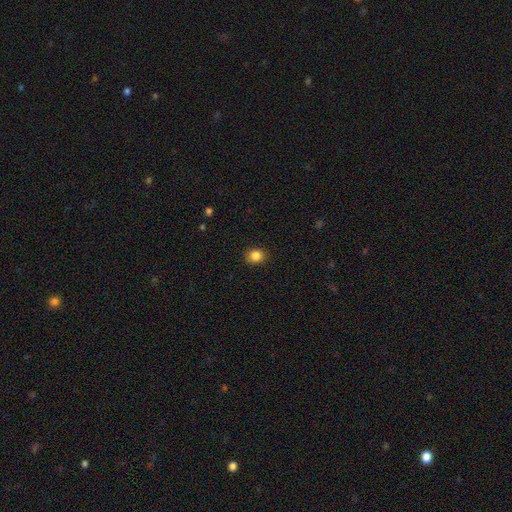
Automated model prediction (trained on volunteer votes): Smooth or featured? Predicted: smooth (p=0.85). How rounded? Predicted: round (p=0.74). Merging? Predicted: none (p=0.89).